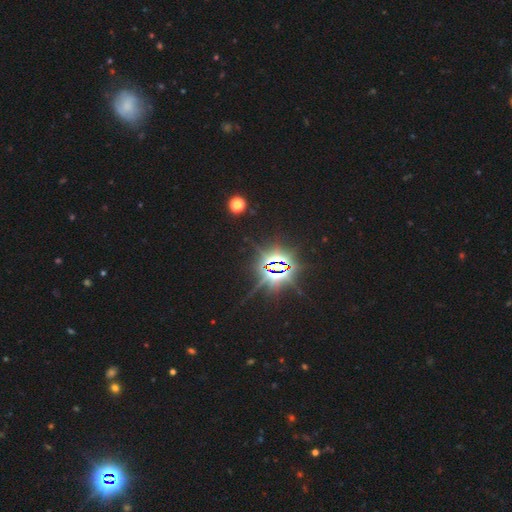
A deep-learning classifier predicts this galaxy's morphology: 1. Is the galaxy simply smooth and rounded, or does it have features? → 86% star or artifact, 8% smooth, 7% featured or disk.